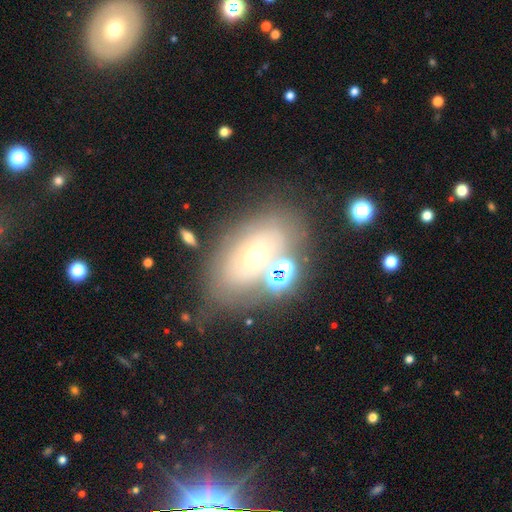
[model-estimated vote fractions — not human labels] Morphology: type=smooth (41%); merging=none (55%).